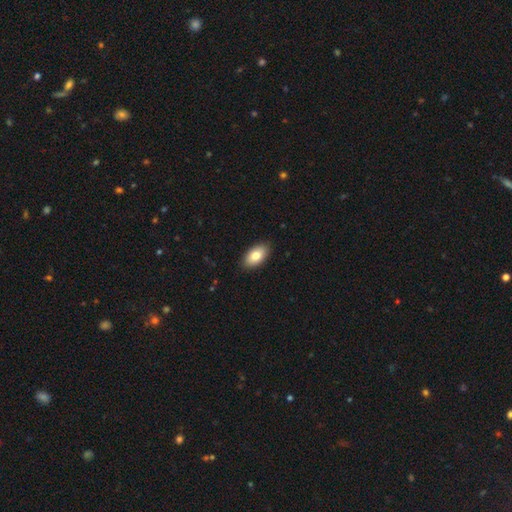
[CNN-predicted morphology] smooth_or_featured: smooth (p=0.81) [alt: featured or disk p=0.12]
how_rounded: in between (p=0.94) [alt: round p=0.04]
merging: none (p=0.89) [alt: minor disturbance p=0.08]